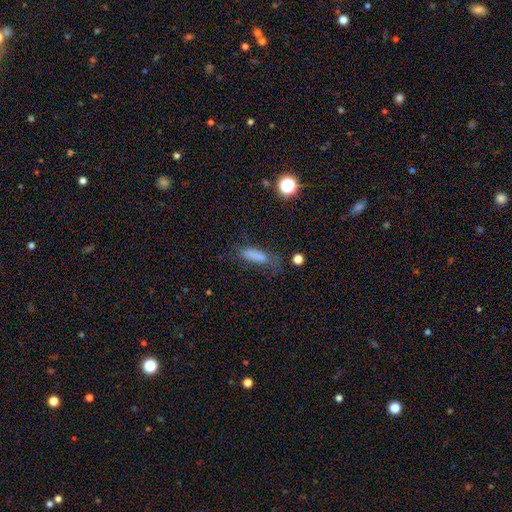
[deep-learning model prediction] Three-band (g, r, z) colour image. It shows a smooth galaxy with no disk features (76%) that is cigar-shaped (50%). Merging: none (50%).